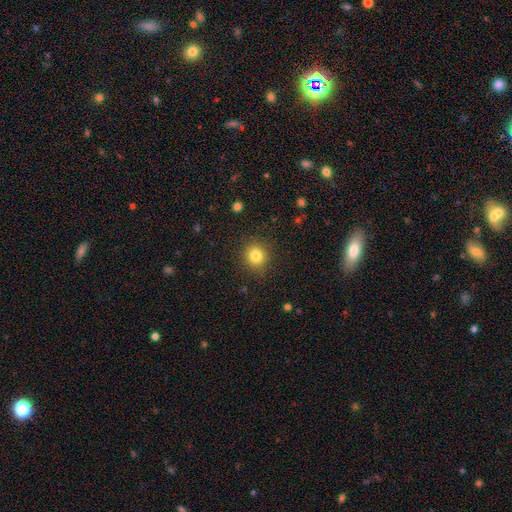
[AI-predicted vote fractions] Morphology: type=smooth (82%); roundness=round (89%); merging=none (89%).